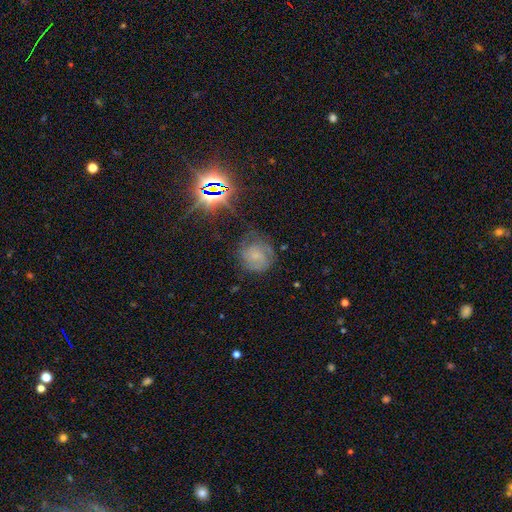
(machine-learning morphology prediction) smooth_or_featured: featured or disk (p=0.46) [alt: smooth p=0.37]
merging: none (p=0.65) [alt: minor disturbance p=0.22]